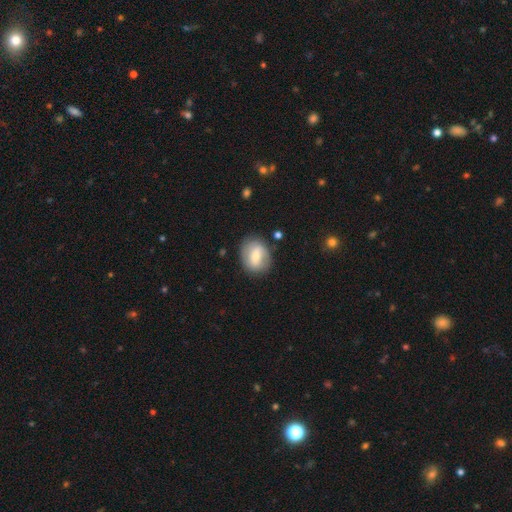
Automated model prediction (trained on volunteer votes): Morphology: type=smooth (52%); roundness=in between (53%); merging=none (78%).